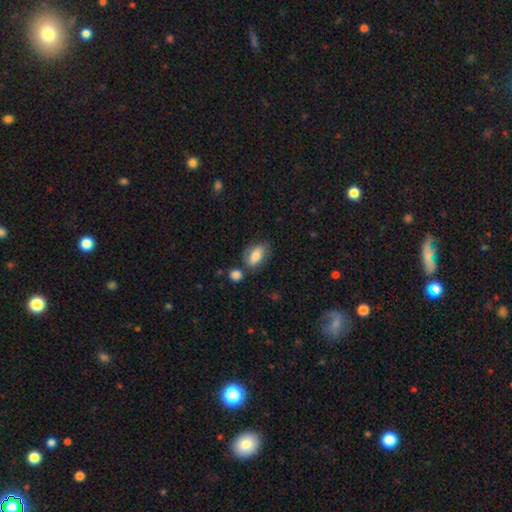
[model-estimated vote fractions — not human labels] smooth_or_featured: smooth (p=0.71) [alt: featured or disk p=0.22]
how_rounded: in between (p=0.86) [alt: round p=0.09]
merging: none (p=0.62) [alt: minor disturbance p=0.20]